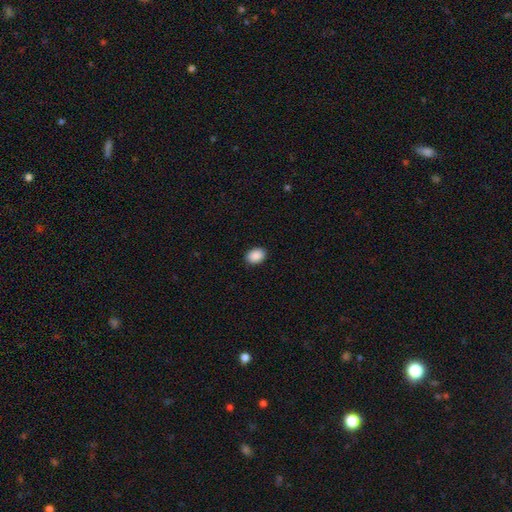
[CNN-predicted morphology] This appears to be a smooth galaxy with no disk features (90%) that is in between round and cigar-shaped (79%). Merging: none (90%).